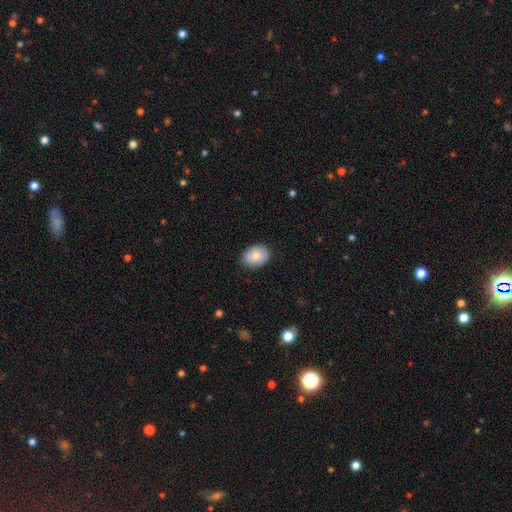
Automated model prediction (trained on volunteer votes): Morphology: type=smooth (79%); roundness=in between (69%); merging=none (82%).